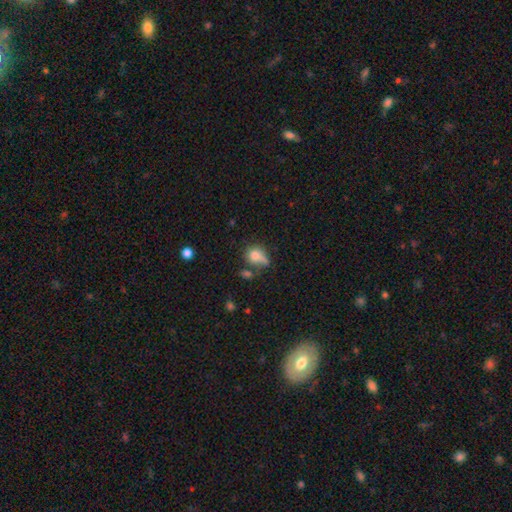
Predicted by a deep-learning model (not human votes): Smooth or featured? Predicted: smooth (p=0.76). How rounded? Predicted: round (p=0.61). Merging? Predicted: none (p=0.41).